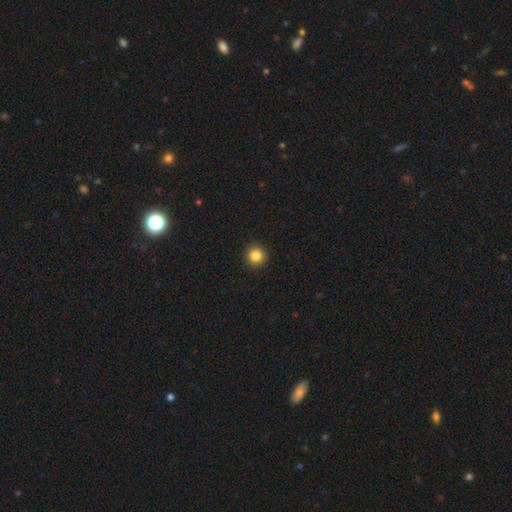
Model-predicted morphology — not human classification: A smooth galaxy with no disk features (86%) that is round (95%). Merging: none (93%).